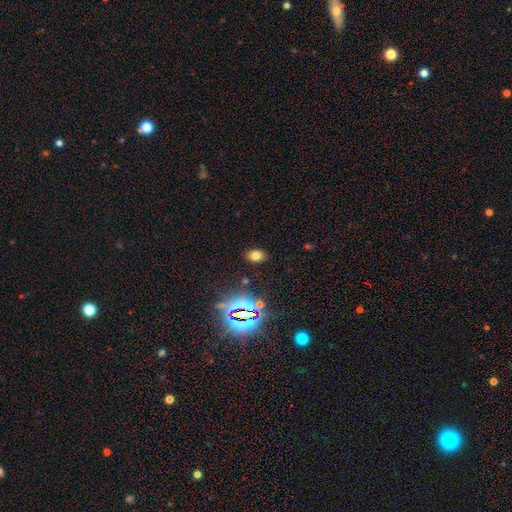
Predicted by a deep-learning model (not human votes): smooth_or_featured: smooth (p=0.69) [alt: star or artifact p=0.22]
how_rounded: in between (p=0.80) [alt: round p=0.18]
merging: none (p=0.86) [alt: minor disturbance p=0.09]